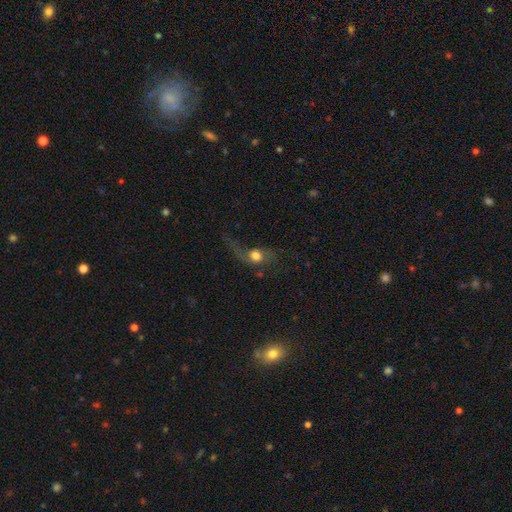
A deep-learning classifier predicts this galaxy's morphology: Q: Smooth or featured?
A: smooth (45%); runner-up: featured or disk (44%)
Q: Merging?
A: major disturbance (41%); runner-up: none (35%)